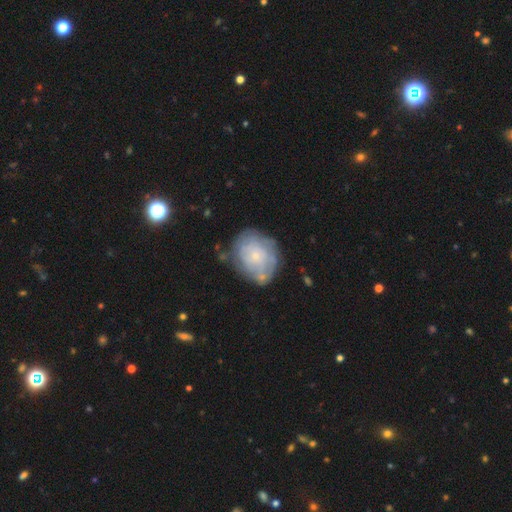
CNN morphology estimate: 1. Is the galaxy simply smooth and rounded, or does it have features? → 53% featured or disk, 39% smooth, 7% star or artifact.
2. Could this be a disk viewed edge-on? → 97% no, 3% yes.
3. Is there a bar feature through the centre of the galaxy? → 84% no, 14% weak, 2% strong.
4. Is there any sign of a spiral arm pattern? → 63% yes, 37% no.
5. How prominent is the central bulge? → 74% small, 18% moderate, 5% none, 2% large, 1% dominant.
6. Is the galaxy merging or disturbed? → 63% none, 23% minor disturbance, 9% major disturbance, 5% merger.